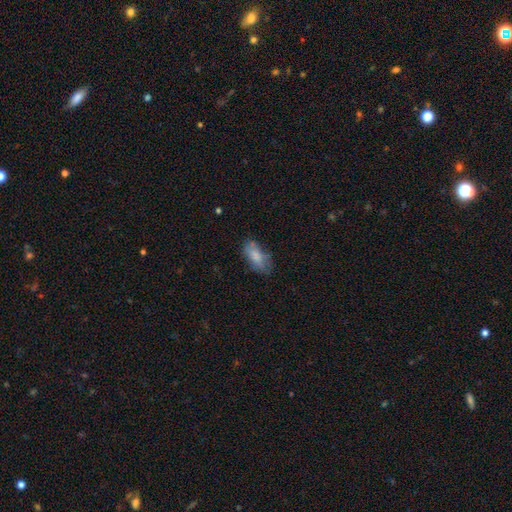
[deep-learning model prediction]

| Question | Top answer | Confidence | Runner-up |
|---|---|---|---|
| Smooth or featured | smooth | 78% | featured or disk (15%) |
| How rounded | in between | 90% | cigar-shaped (8%) |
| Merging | none | 65% | minor disturbance (25%) |